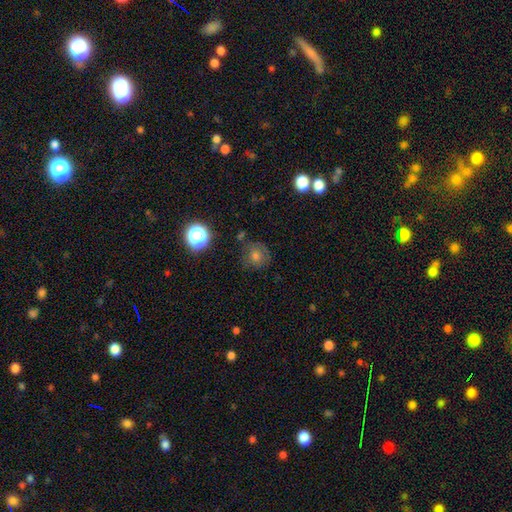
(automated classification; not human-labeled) Smooth or featured? smooth (60%)
How rounded? round (88%)
Merging? none (74%)